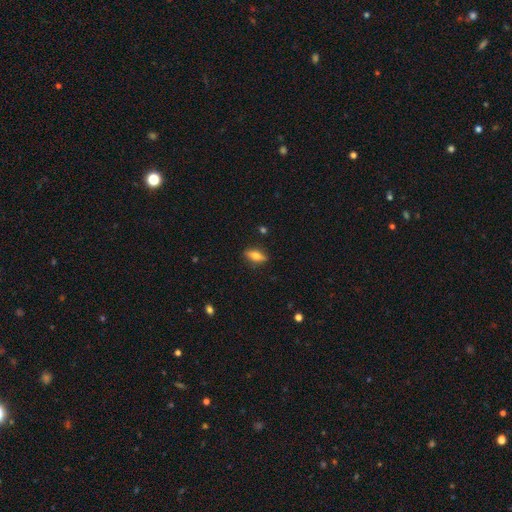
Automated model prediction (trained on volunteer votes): The model was most divided on "smooth or featured": smooth: 60%, featured or disk: 32%, star or artifact: 8%. More confident: merging — none (85%); how rounded — in between (63%).